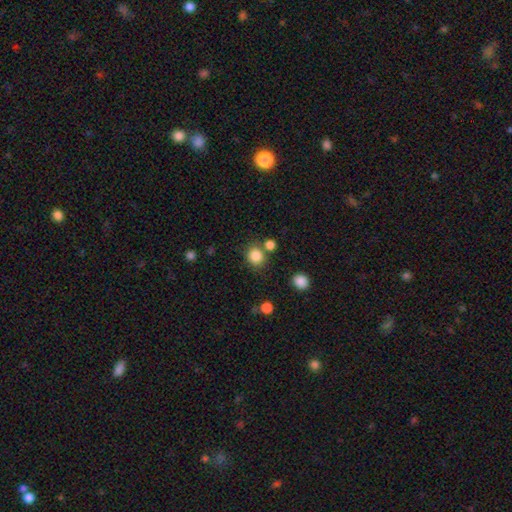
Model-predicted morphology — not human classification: smooth-or-featured: smooth: 84% | star or artifact: 11% | featured or disk: 5%
  how-rounded: round: 81% | in between: 18% | cigar-shaped: 1%
  merging: none: 72% | merger: 15% | minor disturbance: 10% | major disturbance: 4%